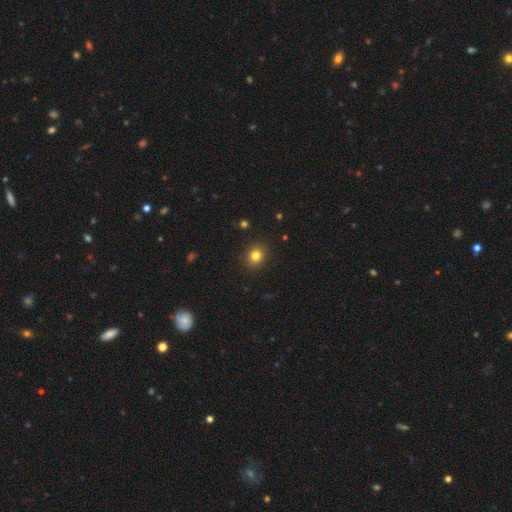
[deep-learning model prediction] Smooth or featured: smooth — 81% (star or artifact — 13%)
How rounded: round — 72% (in between — 27%)
Merging: none — 90% (minor disturbance — 7%)